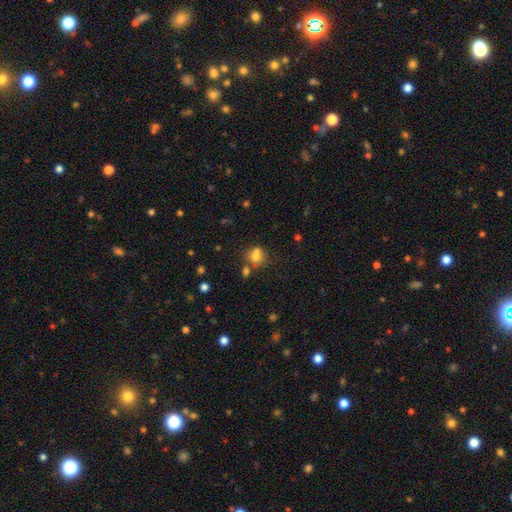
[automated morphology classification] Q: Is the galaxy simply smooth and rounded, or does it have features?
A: smooth — 70%.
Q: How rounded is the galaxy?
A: round — 67%.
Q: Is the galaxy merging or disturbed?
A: none — 41%, tied with merger.